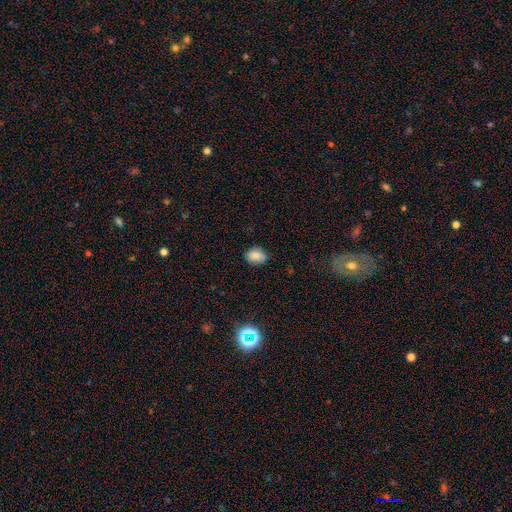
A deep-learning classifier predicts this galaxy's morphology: type=smooth (85%); roundness=in between (73%); merging=none (84%).